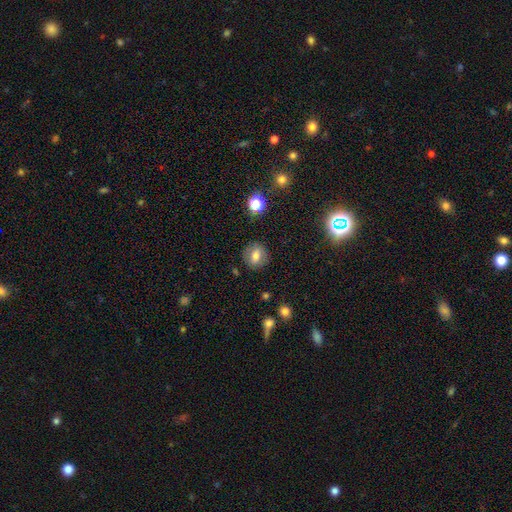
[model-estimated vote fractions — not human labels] A smooth galaxy with no disk features (66%) that is round (76%).

Vote fractions:
- Smooth or featured? smooth: 66% / featured or disk: 22% / star or artifact: 12%
- How rounded? round: 76% / in between: 22% / cigar-shaped: 1%
- Merging? none: 85% / minor disturbance: 10% / major disturbance: 3% / merger: 1%